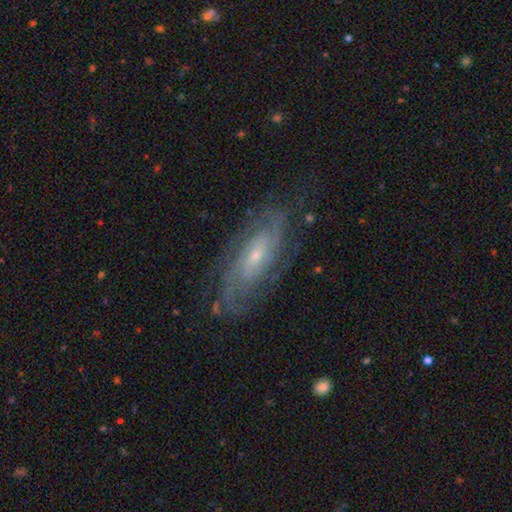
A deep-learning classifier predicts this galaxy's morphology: smooth-or-featured: featured or disk: 84% | smooth: 10% | star or artifact: 6%
  disk-edge-on: no: 90% | yes: 10%
    bar: no: 58% | weak: 33% | strong: 9%
    has-spiral-arms: yes: 94% | no: 6%
      spiral-winding: tight: 60% | medium: 32% | loose: 8%
      spiral-arm-count: can't tell: 36% | 2: 32% | 3: 14% | 4: 9% | more than 4: 5% | 1: 5%
    bulge-size: small: 67% | moderate: 28% | none: 2% | large: 2% | dominant: 1%
  merging: none: 76% | minor disturbance: 16% | major disturbance: 7% | merger: 1%